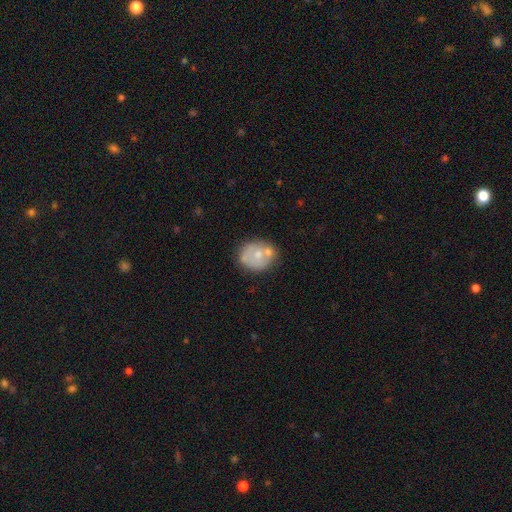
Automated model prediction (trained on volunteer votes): Smooth or featured?
  - smooth: 54% *
  - featured or disk: 39%
  - star or artifact: 7%
How rounded?
  - round: 62% *
  - in between: 37%
  - cigar-shaped: 1%
Merging?
  - none: 49% *
  - minor disturbance: 22%
  - merger: 21%
  - major disturbance: 8%